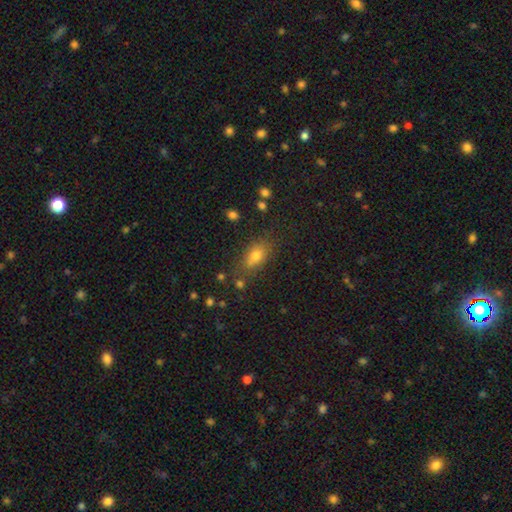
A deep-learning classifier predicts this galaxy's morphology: Smooth or featured?
  - smooth: 72% *
  - star or artifact: 15%
  - featured or disk: 12%
How rounded?
  - in between: 71% *
  - round: 22%
  - cigar-shaped: 7%
Merging?
  - none: 64% *
  - minor disturbance: 17%
  - merger: 13%
  - major disturbance: 6%